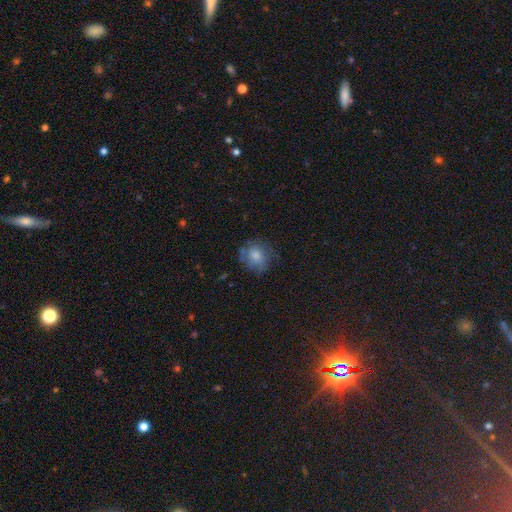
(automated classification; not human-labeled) Q: Smooth or featured?
A: smooth (73%); runner-up: featured or disk (18%)
Q: How rounded?
A: round (80%); runner-up: in between (19%)
Q: Merging?
A: none (68%); runner-up: minor disturbance (22%)